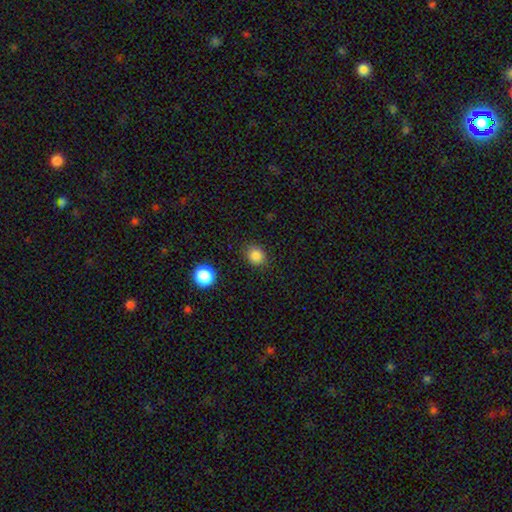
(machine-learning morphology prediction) Smooth or featured?
  - smooth: 85% *
  - star or artifact: 11%
  - featured or disk: 4%
How rounded?
  - round: 70% *
  - in between: 29%
  - cigar-shaped: 1%
Merging?
  - none: 87% *
  - minor disturbance: 9%
  - major disturbance: 3%
  - merger: 2%